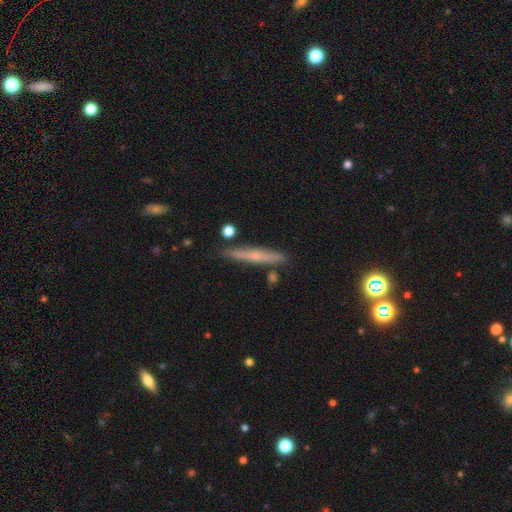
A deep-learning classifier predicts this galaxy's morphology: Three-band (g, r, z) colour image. It shows a featured or disk galaxy (49%). Merging: none (85%).